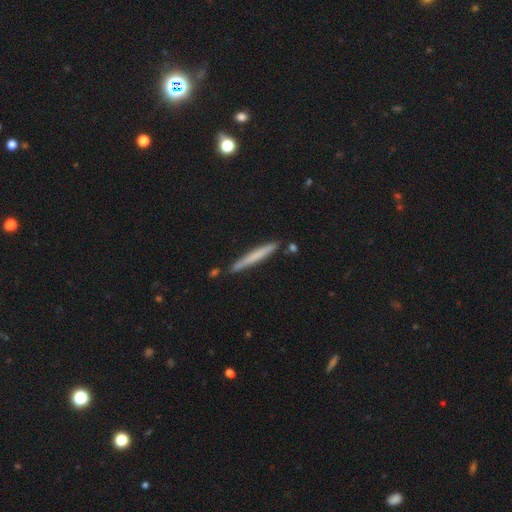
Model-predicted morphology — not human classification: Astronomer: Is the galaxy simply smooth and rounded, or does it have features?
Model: smooth — 61%.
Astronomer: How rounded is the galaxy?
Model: cigar-shaped — 97%.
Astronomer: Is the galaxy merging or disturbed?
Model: none — 85%.